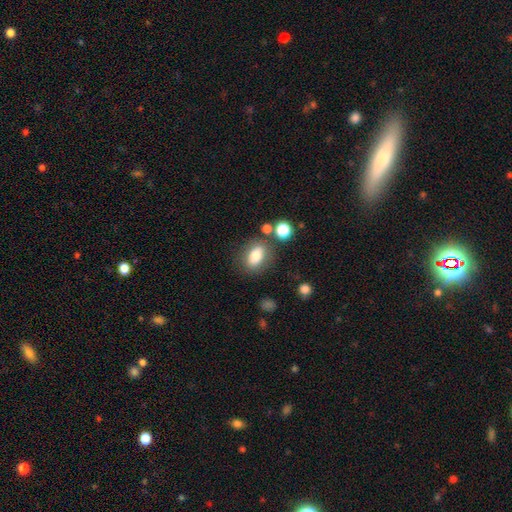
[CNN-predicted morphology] type=smooth (76%); roundness=in between (75%); merging=none (73%).